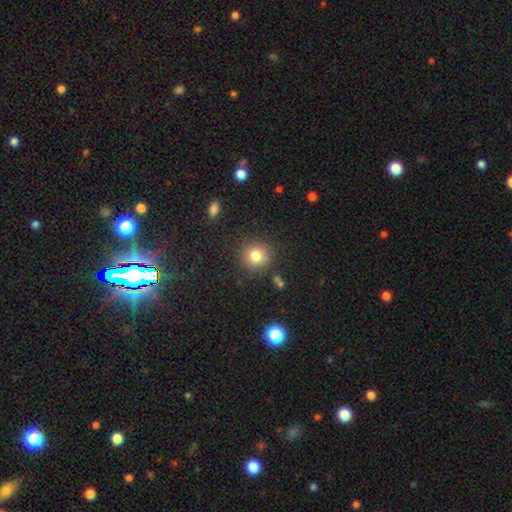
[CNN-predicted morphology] This is clearly a smooth galaxy (81%). How rounded: clearly round (92%). Merging: clearly none (87%).